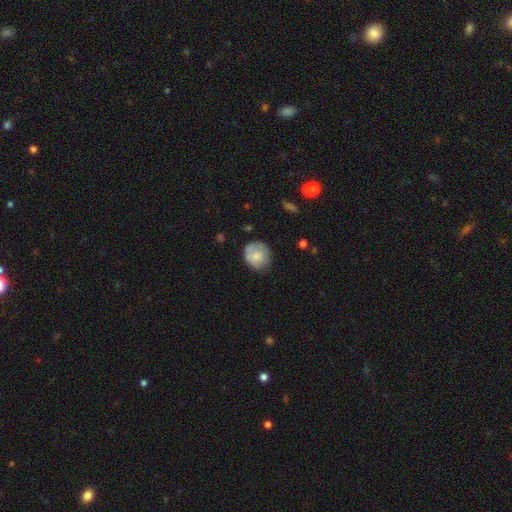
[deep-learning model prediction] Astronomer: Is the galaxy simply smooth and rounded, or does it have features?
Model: smooth — 69%.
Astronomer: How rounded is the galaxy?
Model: round — 81%.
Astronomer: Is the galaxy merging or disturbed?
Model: none — 66%.